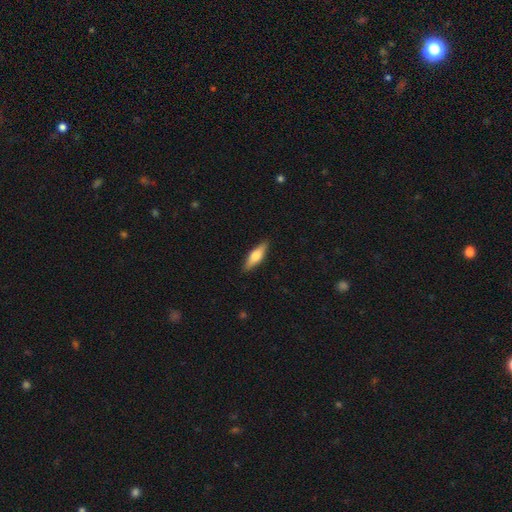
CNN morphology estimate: This is likely a smooth galaxy (64%). How rounded: possibly cigar-shaped (50%). Merging: clearly none (88%).